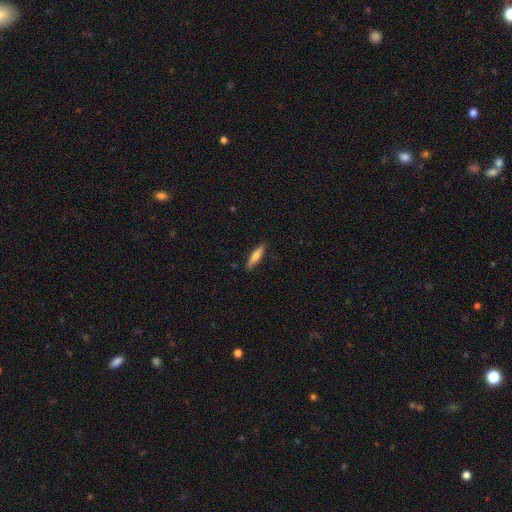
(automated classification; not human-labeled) This appears to be a smooth galaxy with no disk features (66%) that is cigar-shaped (79%). Merging: none (85%).